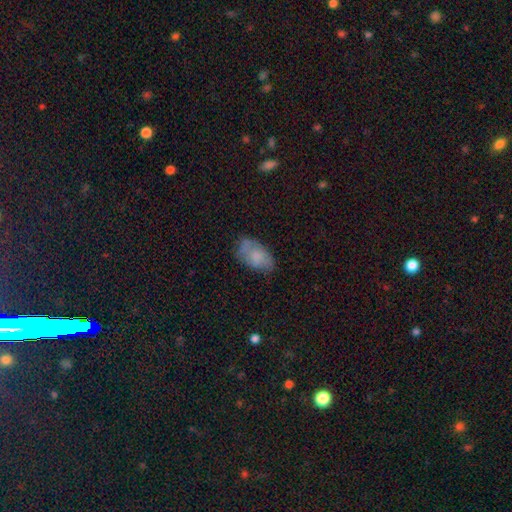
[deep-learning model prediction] smooth-or-featured: smooth: 72% | featured or disk: 20% | star or artifact: 8%
  how-rounded: in between: 93% | round: 5% | cigar-shaped: 2%
  merging: none: 57% | minor disturbance: 29% | major disturbance: 10% | merger: 4%